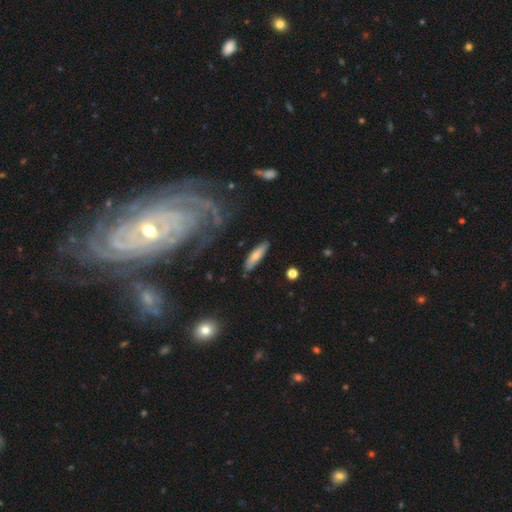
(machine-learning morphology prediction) Smooth or featured?
  - smooth: 65% *
  - featured or disk: 28%
  - star or artifact: 6%
How rounded?
  - cigar-shaped: 70% *
  - in between: 28%
  - round: 2%
Merging?
  - none: 84% *
  - minor disturbance: 11%
  - major disturbance: 3%
  - merger: 2%